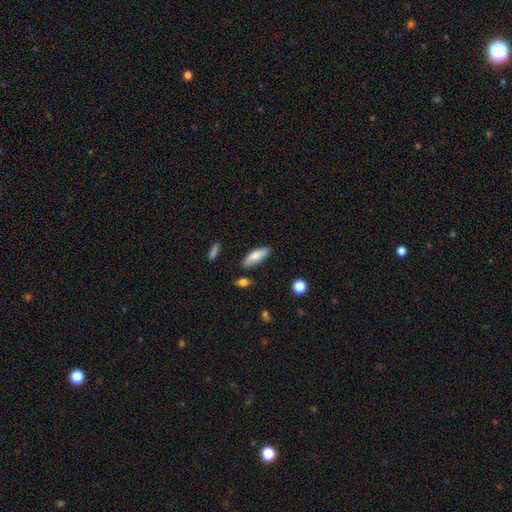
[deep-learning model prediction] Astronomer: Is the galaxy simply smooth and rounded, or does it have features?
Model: smooth — 77%.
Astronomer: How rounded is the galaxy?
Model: in between — 72%.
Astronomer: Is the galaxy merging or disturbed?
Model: none — 79%.